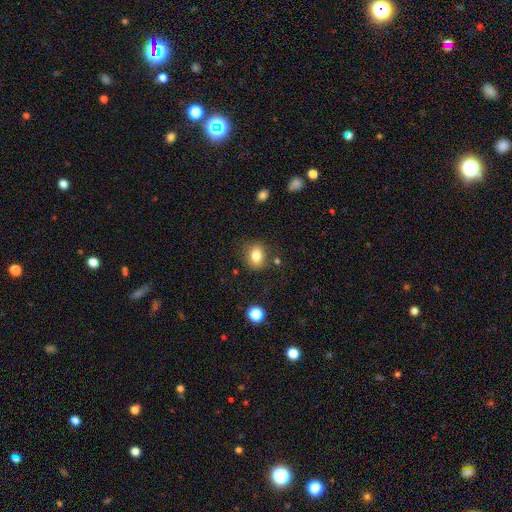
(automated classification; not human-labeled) A smooth galaxy with no disk features (81%) that is in between round and cigar-shaped (52%).

Vote fractions:
- Smooth or featured? smooth: 81% / star or artifact: 10% / featured or disk: 8%
- How rounded? in between: 52% / round: 46% / cigar-shaped: 1%
- Merging? none: 79% / minor disturbance: 13% / major disturbance: 4% / merger: 4%